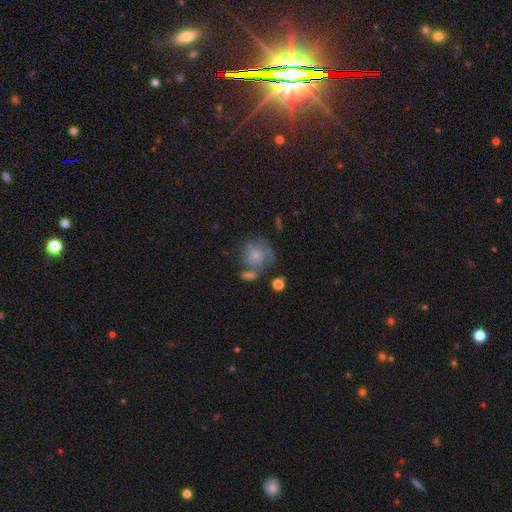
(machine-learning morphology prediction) smooth 45% (tied), featured or disk 45% (tied), star or artifact 10%. Down the decision tree: merging — none (42%).